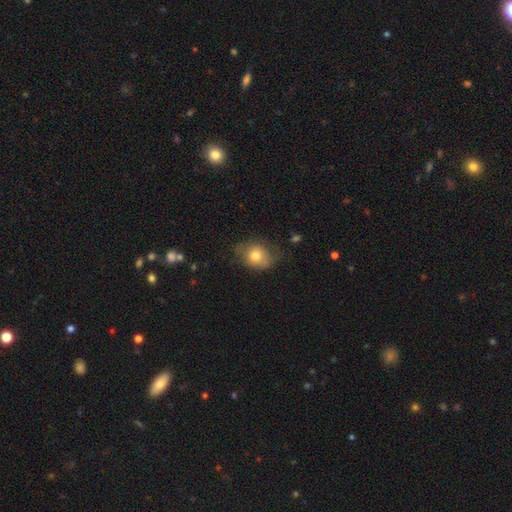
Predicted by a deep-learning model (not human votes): Q: Smooth or featured?
A: smooth (73%); runner-up: featured or disk (18%)
Q: How rounded?
A: in between (53%); runner-up: round (46%)
Q: Merging?
A: none (59%); runner-up: minor disturbance (29%)